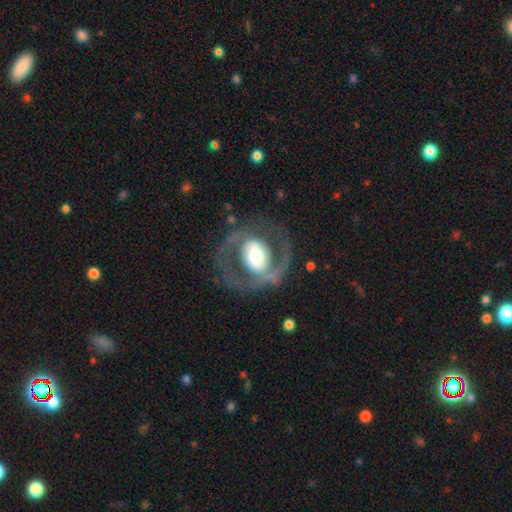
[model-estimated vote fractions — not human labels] The model was most divided on "bar": no: 37%, strong: 34%, weak: 30%. More confident: edge-on disk — no (96%); smooth or featured — featured or disk (76%); merging — none (72%); spiral arms — yes (65%); bulge size — moderate (51%).